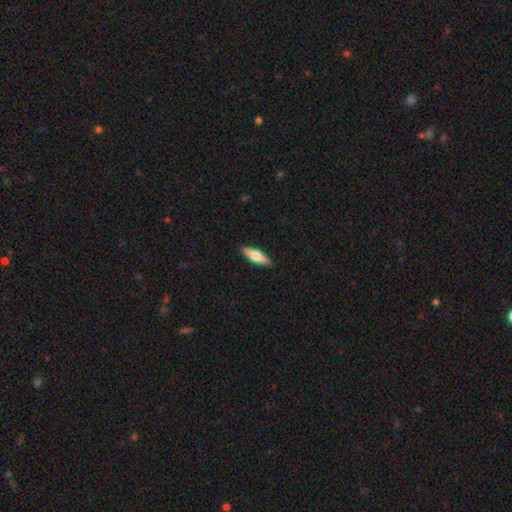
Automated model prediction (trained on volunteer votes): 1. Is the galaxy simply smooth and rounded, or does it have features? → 58% smooth, 36% featured or disk, 6% star or artifact.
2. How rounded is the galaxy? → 51% cigar-shaped, 47% in between, 2% round.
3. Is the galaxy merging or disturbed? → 90% none, 8% minor disturbance, 2% major disturbance, 1% merger.